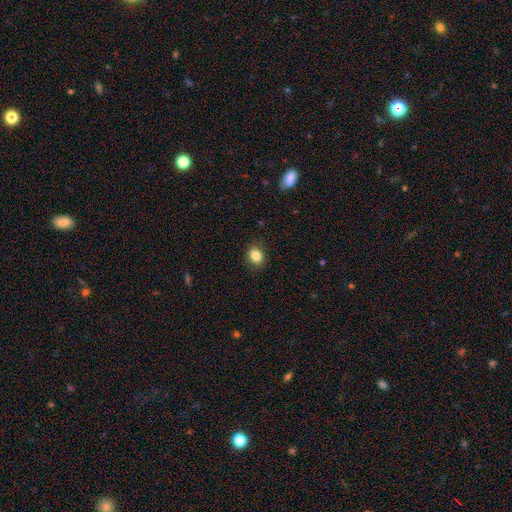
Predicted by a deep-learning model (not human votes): Morphology: type=smooth (85%); roundness=round (50%); merging=none (87%).